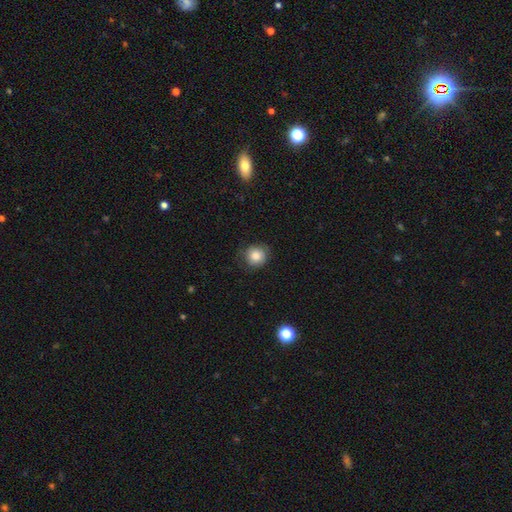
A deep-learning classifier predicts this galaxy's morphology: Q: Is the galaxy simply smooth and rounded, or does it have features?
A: smooth — 82%.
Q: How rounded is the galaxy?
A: round — 89%.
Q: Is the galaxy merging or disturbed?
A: none — 76%.